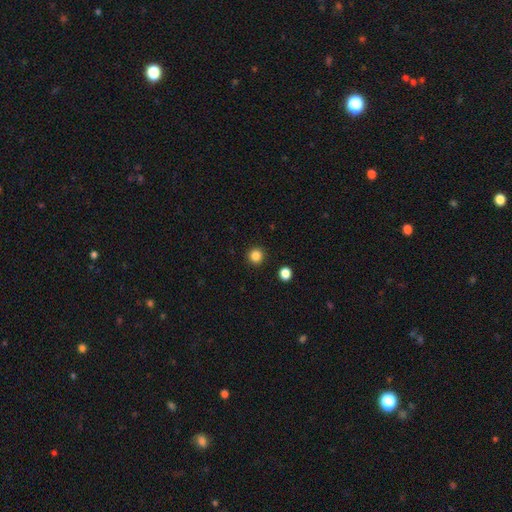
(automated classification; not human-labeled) smooth 85%, star or artifact 12%, featured or disk 3%. Down the decision tree: how rounded — round (95%); merging — none (93%).